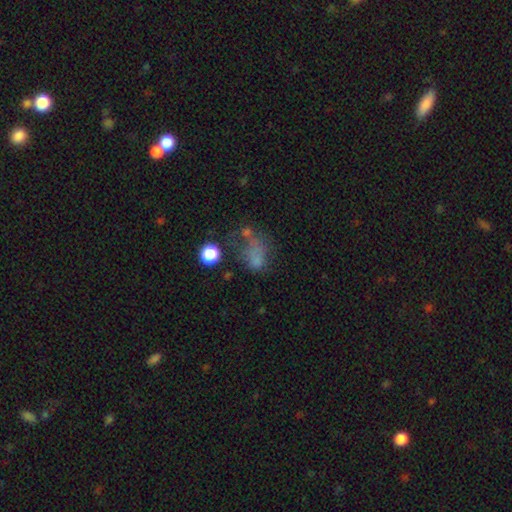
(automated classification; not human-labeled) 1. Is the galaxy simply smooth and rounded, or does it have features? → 58% smooth, 22% featured or disk, 21% star or artifact.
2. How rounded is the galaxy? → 67% in between, 30% round, 2% cigar-shaped.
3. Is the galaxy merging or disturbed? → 40% major disturbance, 28% none, 18% minor disturbance, 14% merger.